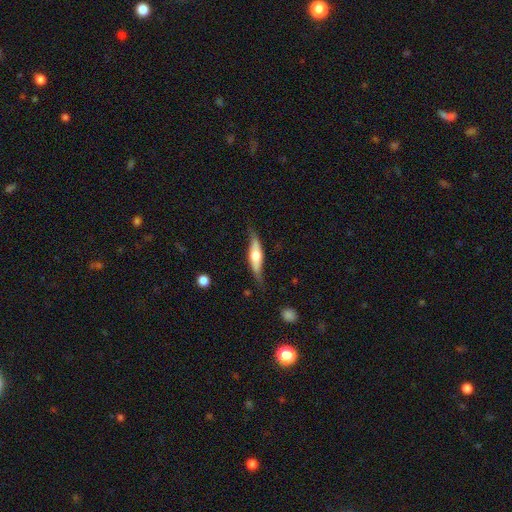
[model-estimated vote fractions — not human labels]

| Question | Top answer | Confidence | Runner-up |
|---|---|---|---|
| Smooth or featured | featured or disk | 62% | smooth (33%) |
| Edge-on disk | yes | 80% | no (20%) |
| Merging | none | 68% | minor disturbance (23%) |